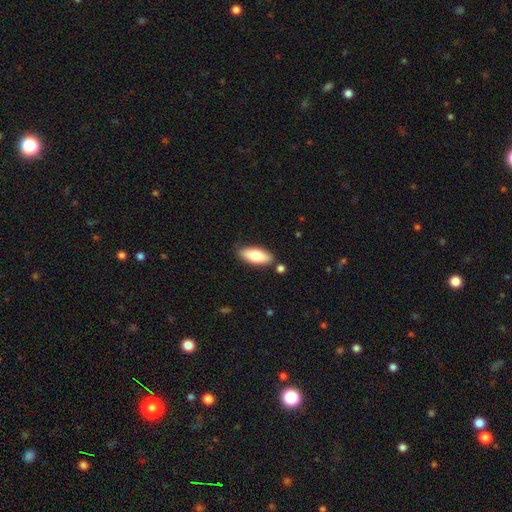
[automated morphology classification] smooth-or-featured: smooth: 76% | featured or disk: 18% | star or artifact: 6%
  how-rounded: in between: 79% | cigar-shaped: 19% | round: 2%
  merging: none: 83% | minor disturbance: 11% | merger: 4% | major disturbance: 2%